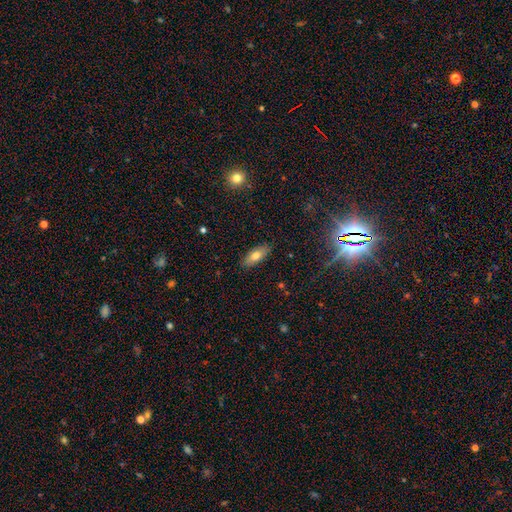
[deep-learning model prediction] Smooth or featured: smooth — 74% (featured or disk — 19%)
How rounded: in between — 81% (cigar-shaped — 17%)
Merging: none — 88% (minor disturbance — 9%)